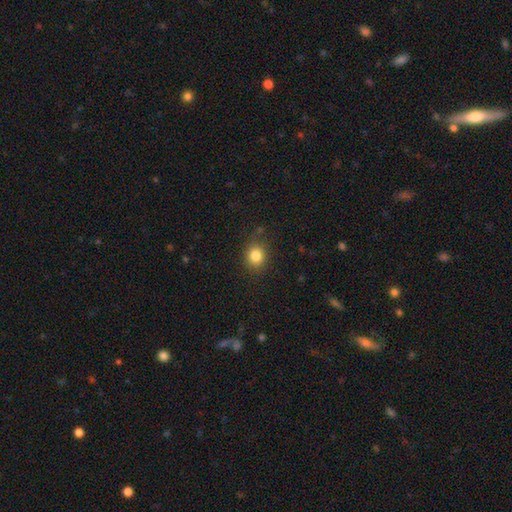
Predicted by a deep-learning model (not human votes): Overall: smooth (83%). How rounded: round (75%). Merging: none (84%).